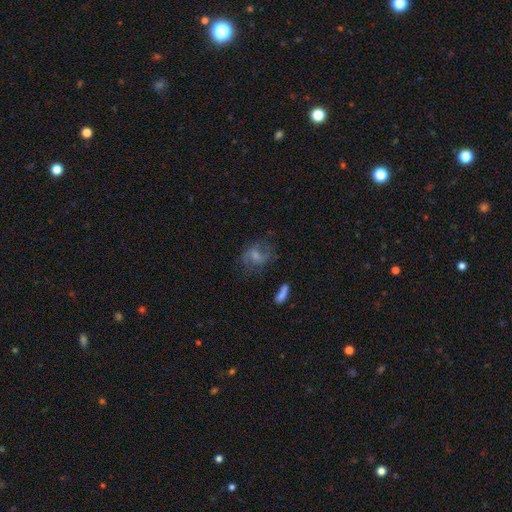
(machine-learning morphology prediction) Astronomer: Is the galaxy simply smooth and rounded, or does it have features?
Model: featured or disk — 51% (runner-up: smooth, 32%).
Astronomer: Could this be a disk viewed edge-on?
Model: no — 95%.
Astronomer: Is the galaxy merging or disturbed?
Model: none — 63%.